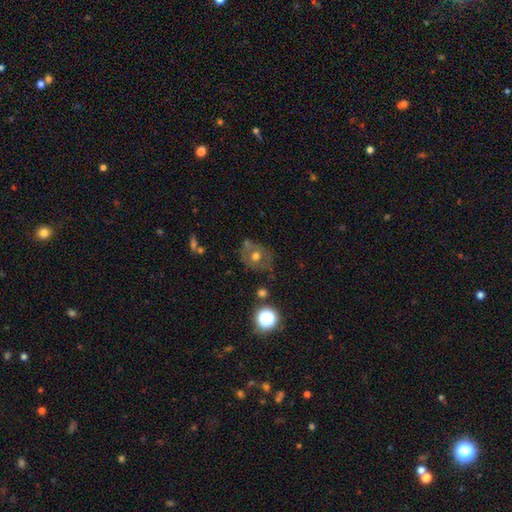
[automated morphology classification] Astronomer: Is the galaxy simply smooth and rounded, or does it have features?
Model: smooth — 54% (runner-up: featured or disk, 33%).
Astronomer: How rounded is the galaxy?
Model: round — 72%.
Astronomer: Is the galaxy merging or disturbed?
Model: none — 62%.